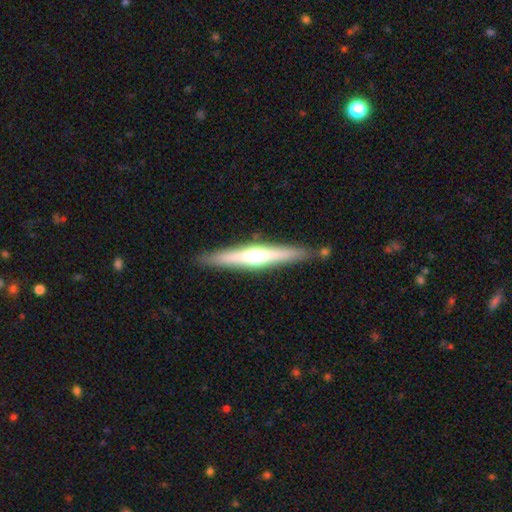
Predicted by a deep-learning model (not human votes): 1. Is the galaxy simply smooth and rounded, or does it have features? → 63% featured or disk, 32% smooth, 5% star or artifact.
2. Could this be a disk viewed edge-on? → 96% yes, 4% no.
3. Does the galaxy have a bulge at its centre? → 89% rounded, 6% none, 5% boxy.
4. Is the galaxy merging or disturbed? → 88% none, 8% minor disturbance, 2% merger, 2% major disturbance.